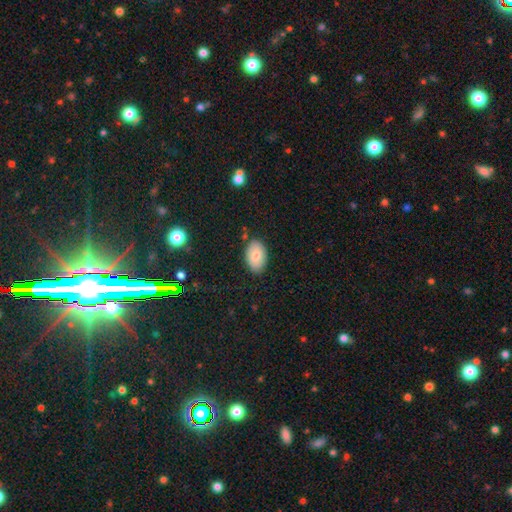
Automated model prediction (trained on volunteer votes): smooth 80%, featured or disk 13%, star or artifact 7%. Down the decision tree: how rounded — in between (91%); merging — none (84%).